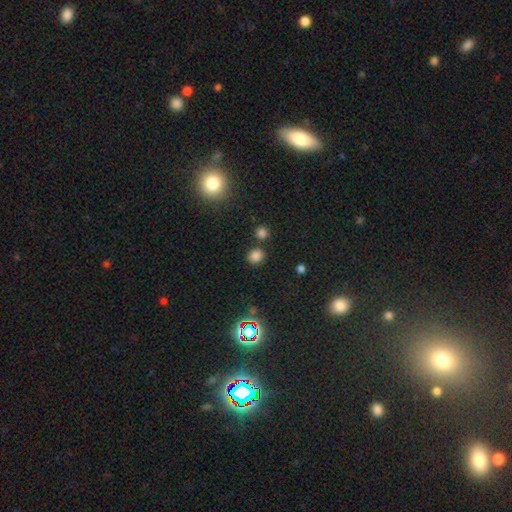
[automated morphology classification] Smooth or featured? Predicted: smooth (p=0.76). How rounded? Predicted: round (p=0.77). Merging? Predicted: none (p=0.80).